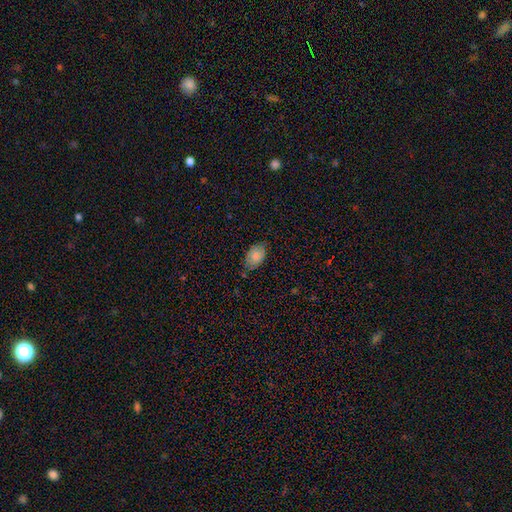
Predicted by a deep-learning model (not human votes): Smooth or featured?
  - smooth: 77% *
  - featured or disk: 14%
  - star or artifact: 9%
How rounded?
  - in between: 86% *
  - round: 12%
  - cigar-shaped: 1%
Merging?
  - none: 71% *
  - minor disturbance: 23%
  - major disturbance: 4%
  - merger: 2%